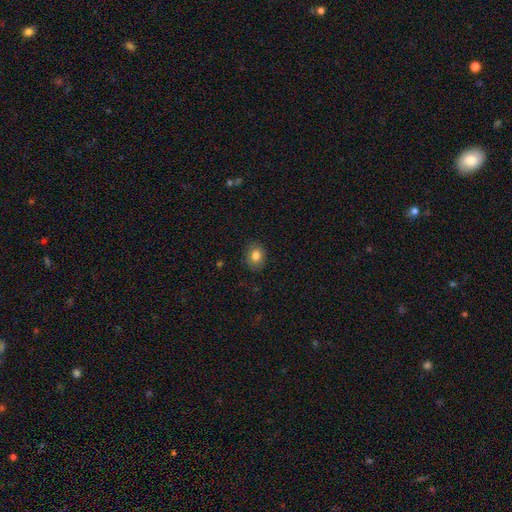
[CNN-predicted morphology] Smooth or featured: smooth — 82% (star or artifact — 10%)
How rounded: round — 51% (in between — 48%)
Merging: none — 86% (minor disturbance — 10%)